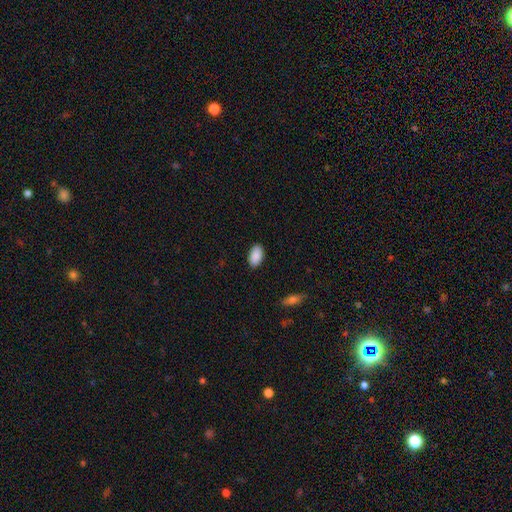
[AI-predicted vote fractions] A smooth galaxy with no disk features (90%) that is in between round and cigar-shaped (95%). Merging: none (88%).